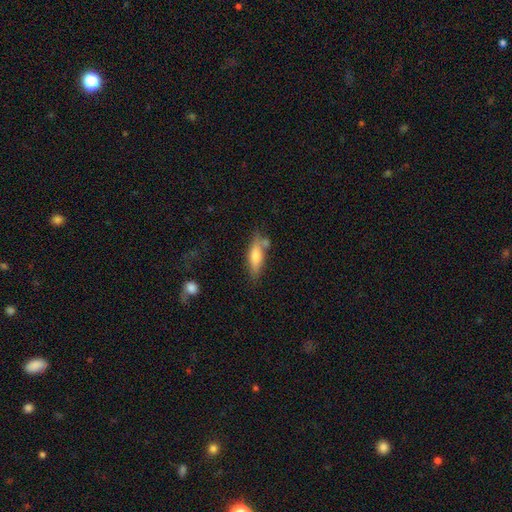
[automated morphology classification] The model was most divided on "how rounded" (2-way tie): cigar-shaped: 49%, in between: 49%, round: 3%. More confident: smooth or featured — smooth (68%); merging — none (60%).